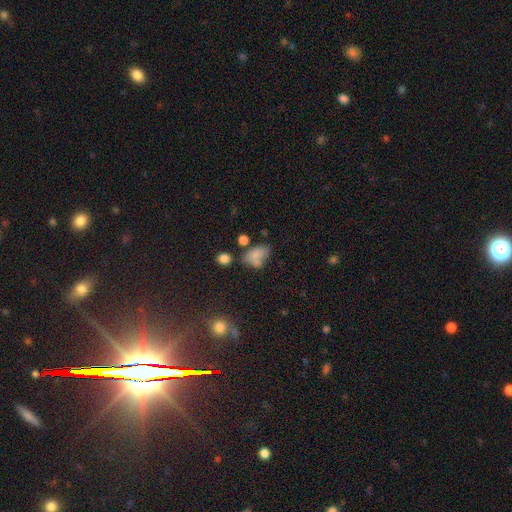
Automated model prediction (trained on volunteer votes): Smooth or featured? smooth (73%)
How rounded? in between (85%)
Merging? none (38%)